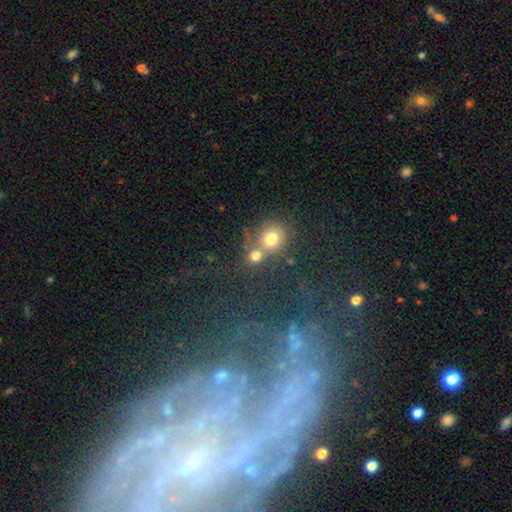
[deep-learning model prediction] Overall: smooth (73%). How rounded: round (83%). Merging: merger (45%; none 44%).